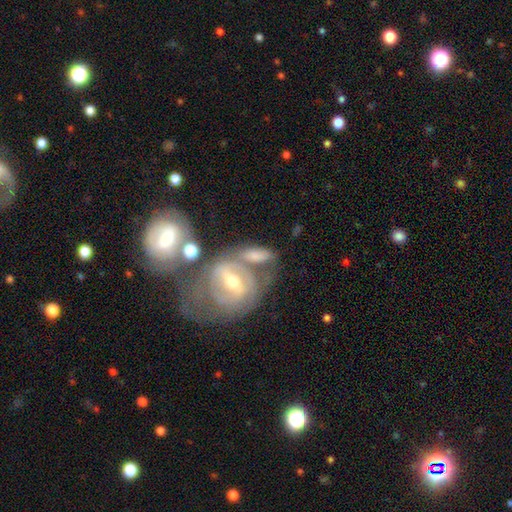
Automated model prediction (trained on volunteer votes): Smooth or featured? Predicted: featured or disk (p=0.47). Merging? Predicted: none (p=0.42).